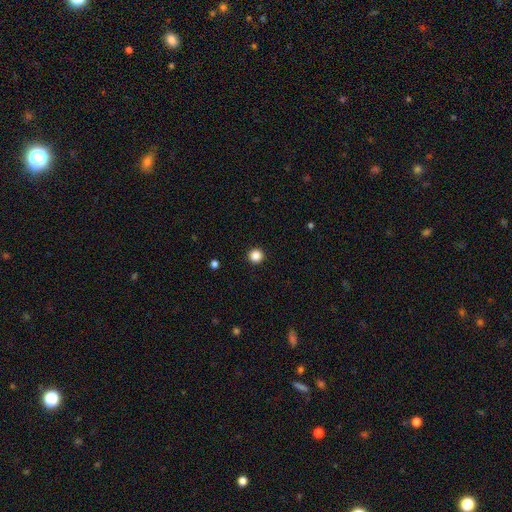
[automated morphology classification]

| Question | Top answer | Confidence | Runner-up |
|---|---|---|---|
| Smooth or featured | smooth | 86% | star or artifact (11%) |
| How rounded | round | 96% | in between (3%) |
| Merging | none | 94% | minor disturbance (4%) |